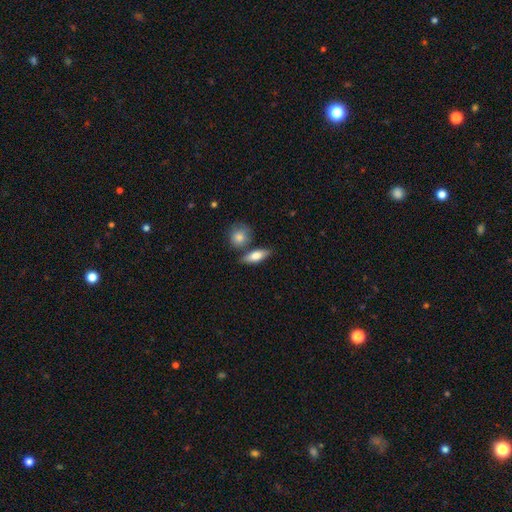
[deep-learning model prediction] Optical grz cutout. It shows a smooth galaxy with no disk features (74%) that is in between round and cigar-shaped (66%). Merging: none (68%).